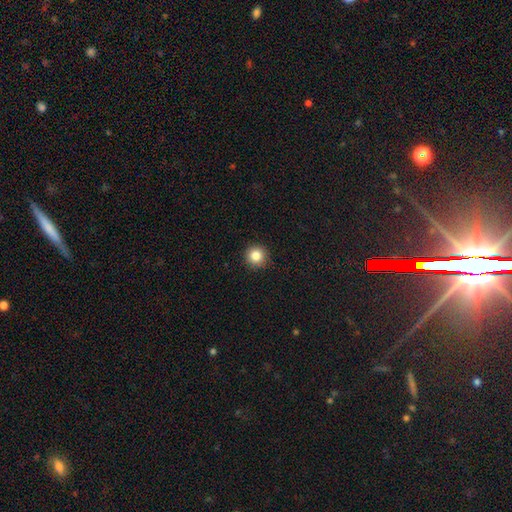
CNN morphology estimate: Smooth or featured: smooth — 84% (star or artifact — 11%)
How rounded: round — 96% (in between — 4%)
Merging: none — 92% (minor disturbance — 5%)